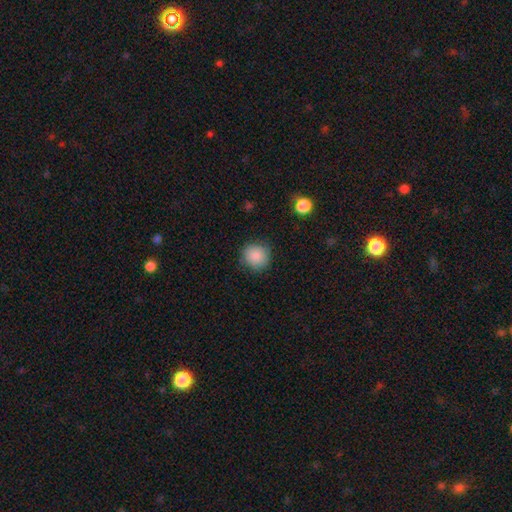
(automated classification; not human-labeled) Smooth or featured: smooth — 87% (star or artifact — 9%)
How rounded: round — 91% (in between — 8%)
Merging: none — 84% (minor disturbance — 12%)